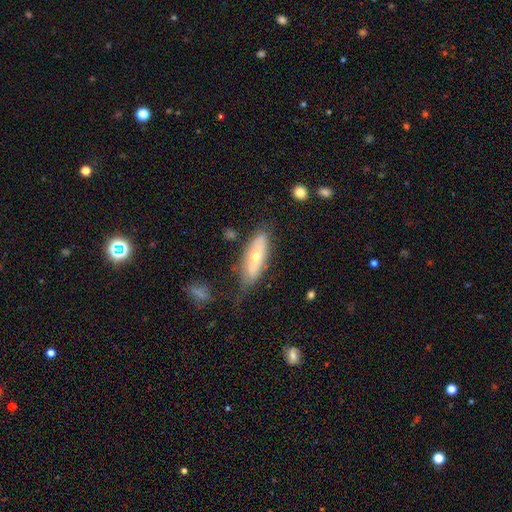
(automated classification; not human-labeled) This is possibly a smooth galaxy (50%). Merging: possibly none (57%).